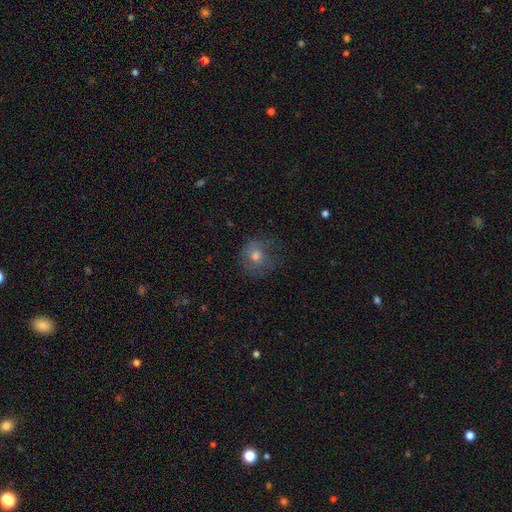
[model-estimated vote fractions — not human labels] Smooth or featured? smooth (56%)
How rounded? round (80%)
Merging? none (57%)